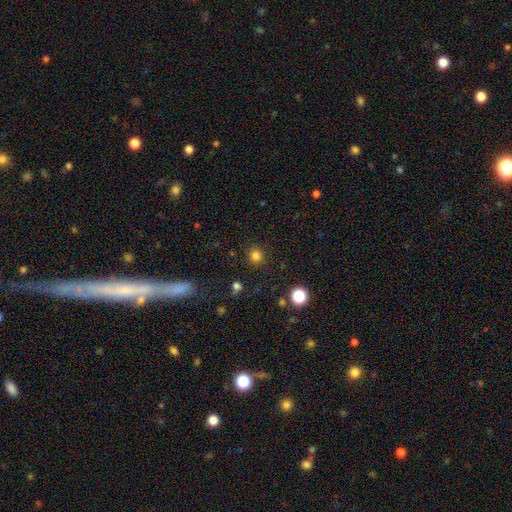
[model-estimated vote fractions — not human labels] Smooth or featured? Predicted: smooth (p=0.81). How rounded? Predicted: round (p=0.91). Merging? Predicted: none (p=0.90).